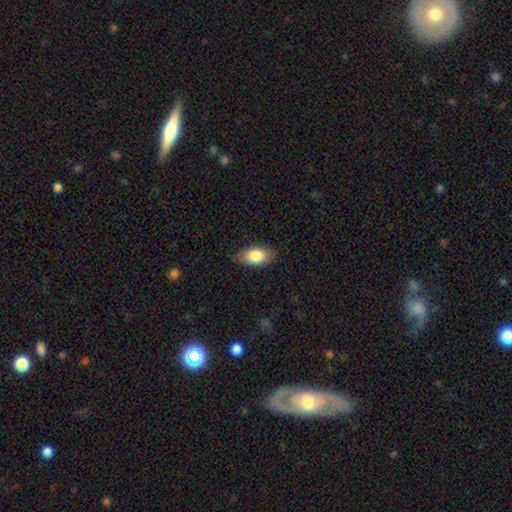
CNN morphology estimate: Smooth or featured? Predicted: smooth (p=0.83). How rounded? Predicted: in between (p=0.92). Merging? Predicted: none (p=0.79).